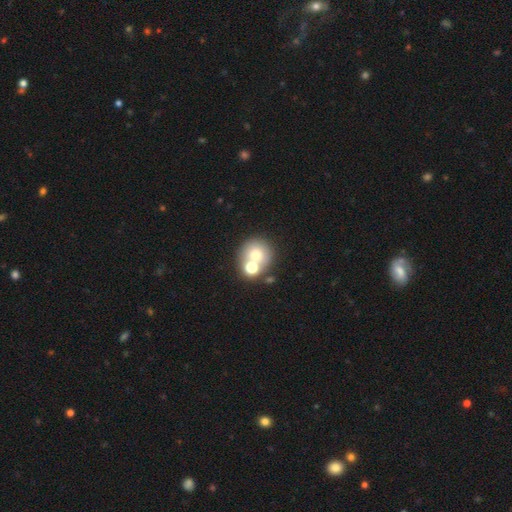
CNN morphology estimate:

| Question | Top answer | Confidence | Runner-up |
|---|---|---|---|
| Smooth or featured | smooth | 68% | featured or disk (19%) |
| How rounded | round | 86% | in between (13%) |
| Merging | none | 49% | merger (39%) |